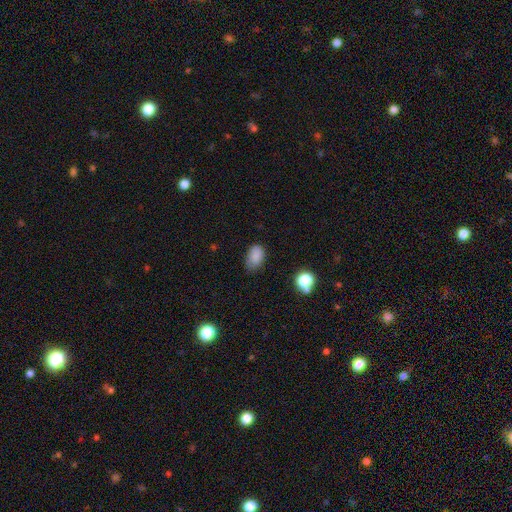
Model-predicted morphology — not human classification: A smooth galaxy with no disk features (84%) that is in between round and cigar-shaped (87%).

Vote fractions:
- Smooth or featured? smooth: 84% / star or artifact: 10% / featured or disk: 6%
- How rounded? in between: 87% / round: 11% / cigar-shaped: 1%
- Merging? none: 66% / minor disturbance: 27% / major disturbance: 5% / merger: 2%